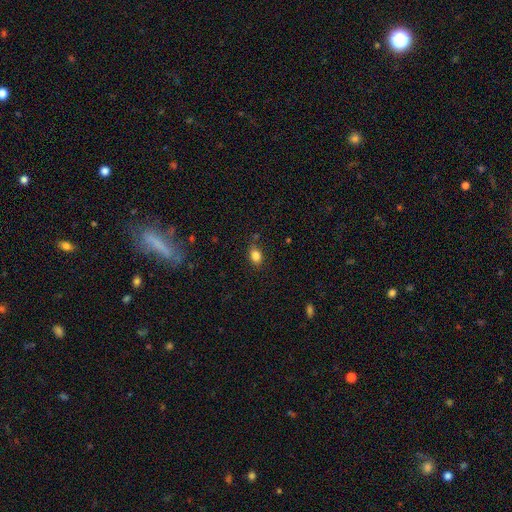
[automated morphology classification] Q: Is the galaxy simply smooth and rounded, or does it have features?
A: smooth — 84%.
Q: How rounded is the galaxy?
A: in between — 75%.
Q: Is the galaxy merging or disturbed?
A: none — 76%.